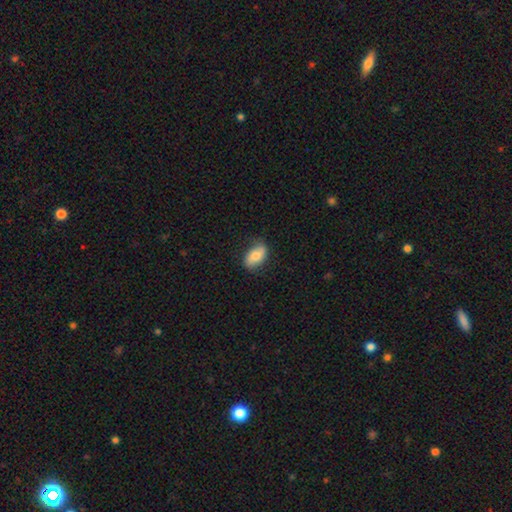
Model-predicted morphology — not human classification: A smooth galaxy with no disk features (69%) that is in between round and cigar-shaped (90%).

Vote fractions:
- Smooth or featured? smooth: 69% / featured or disk: 24% / star or artifact: 7%
- How rounded? in between: 90% / round: 6% / cigar-shaped: 4%
- Merging? none: 78% / minor disturbance: 18% / major disturbance: 4% / merger: 1%